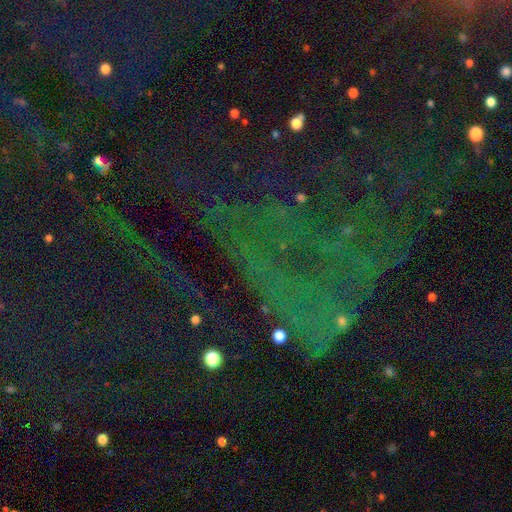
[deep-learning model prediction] smooth_or_featured: star or artifact (p=0.76) [alt: featured or disk p=0.13]